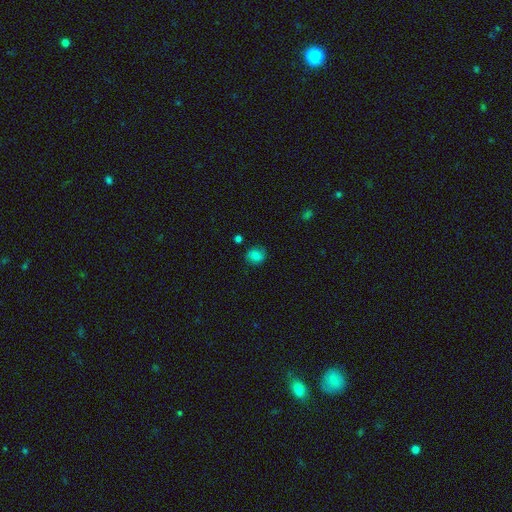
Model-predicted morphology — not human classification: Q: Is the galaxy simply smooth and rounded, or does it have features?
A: smooth — 79%.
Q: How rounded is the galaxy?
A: round — 73%.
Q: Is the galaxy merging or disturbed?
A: none — 79%.